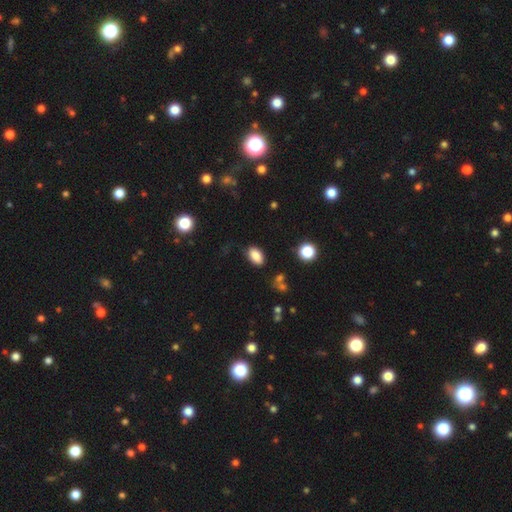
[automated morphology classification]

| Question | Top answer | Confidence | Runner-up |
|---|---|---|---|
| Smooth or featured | smooth | 86% | star or artifact (9%) |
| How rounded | in between | 91% | round (7%) |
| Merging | none | 79% | minor disturbance (14%) |